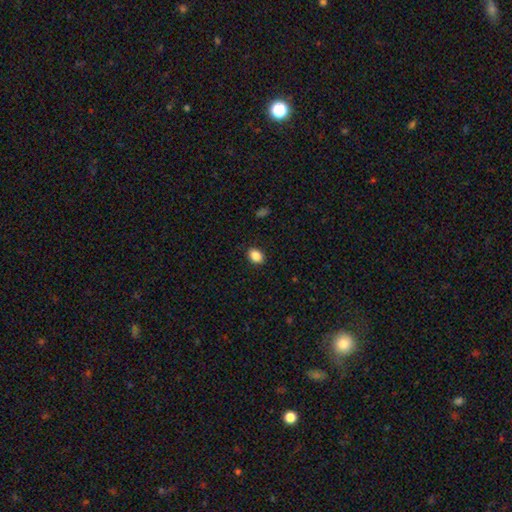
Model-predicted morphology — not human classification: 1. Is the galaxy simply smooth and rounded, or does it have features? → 88% smooth, 9% star or artifact, 4% featured or disk.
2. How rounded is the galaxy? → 77% in between, 22% round, 1% cigar-shaped.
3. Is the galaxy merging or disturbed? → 89% none, 8% minor disturbance, 2% major disturbance, 1% merger.